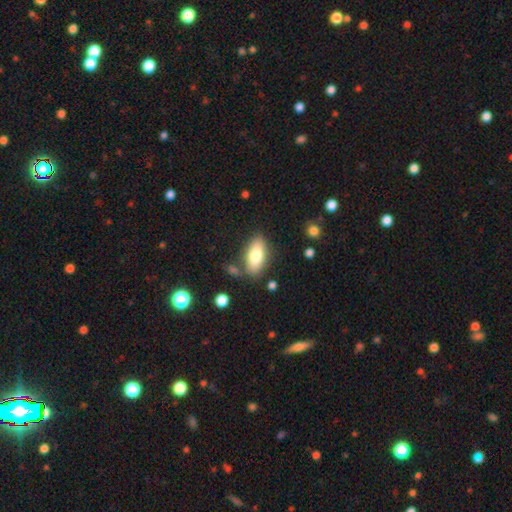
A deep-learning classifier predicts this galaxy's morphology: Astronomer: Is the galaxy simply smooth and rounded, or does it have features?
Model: smooth — 75%.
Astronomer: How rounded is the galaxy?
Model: in between — 86%.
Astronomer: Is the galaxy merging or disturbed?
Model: none — 78%.